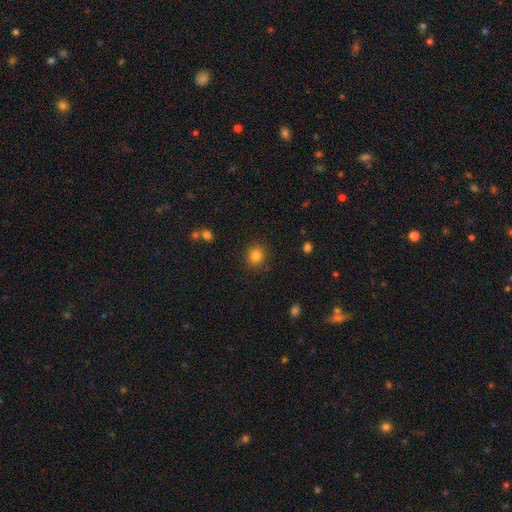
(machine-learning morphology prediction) Smooth or featured? Predicted: smooth (p=0.83). How rounded? Predicted: round (p=0.86). Merging? Predicted: none (p=0.89).